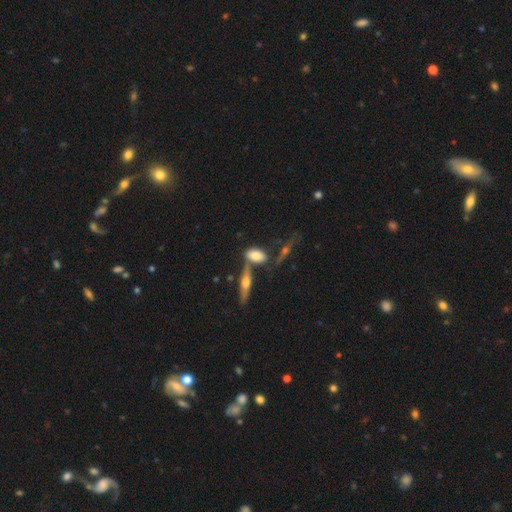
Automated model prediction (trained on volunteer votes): smooth 67%, featured or disk 25%, star or artifact 7%. Down the decision tree: how rounded — in between (84%); merging — none (55%).